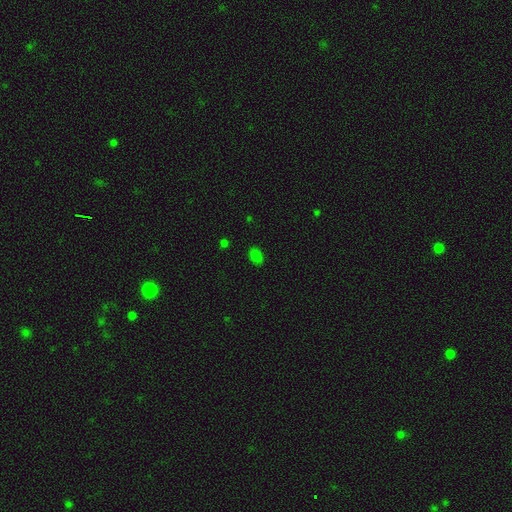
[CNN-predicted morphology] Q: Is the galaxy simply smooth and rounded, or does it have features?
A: smooth — 79%.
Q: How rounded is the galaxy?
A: in between — 86%.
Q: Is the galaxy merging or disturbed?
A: none — 85%.